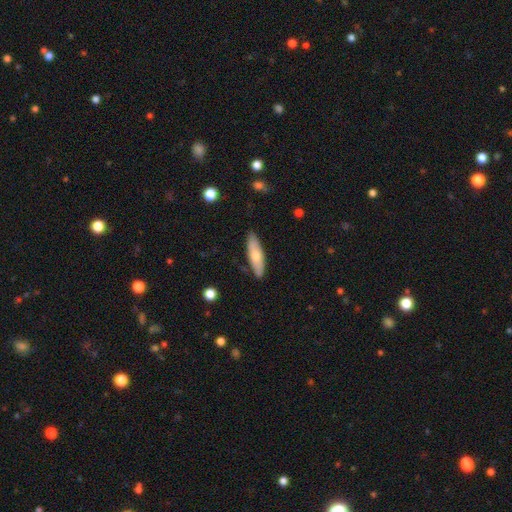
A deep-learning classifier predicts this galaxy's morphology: Q: Smooth or featured?
A: smooth (64%); runner-up: featured or disk (30%)
Q: How rounded?
A: cigar-shaped (58%); runner-up: in between (40%)
Q: Merging?
A: none (84%); runner-up: minor disturbance (12%)